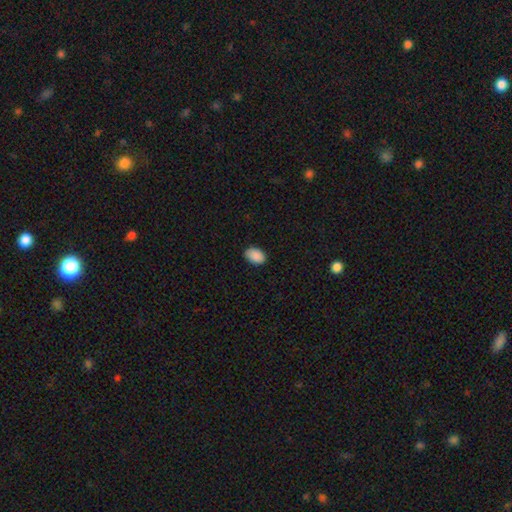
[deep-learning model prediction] Smooth or featured? Predicted: smooth (p=0.90). How rounded? Predicted: in between (p=0.85). Merging? Predicted: none (p=0.84).